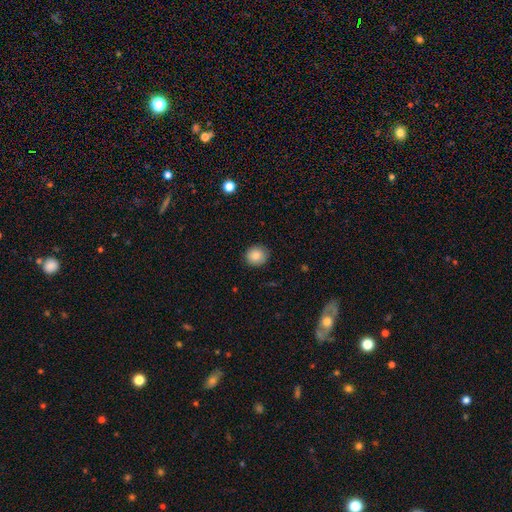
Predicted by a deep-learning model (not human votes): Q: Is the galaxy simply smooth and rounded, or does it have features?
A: smooth — 86%.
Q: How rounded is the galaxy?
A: round — 88%.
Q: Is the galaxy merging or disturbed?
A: none — 89%.